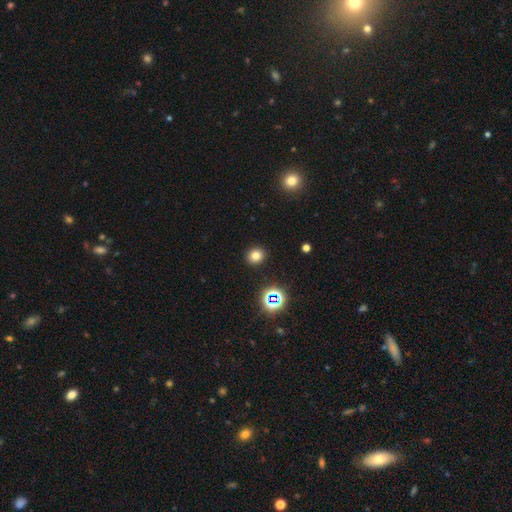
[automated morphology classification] A smooth galaxy with no disk features (75%) that is round (81%). Merging: none (91%).